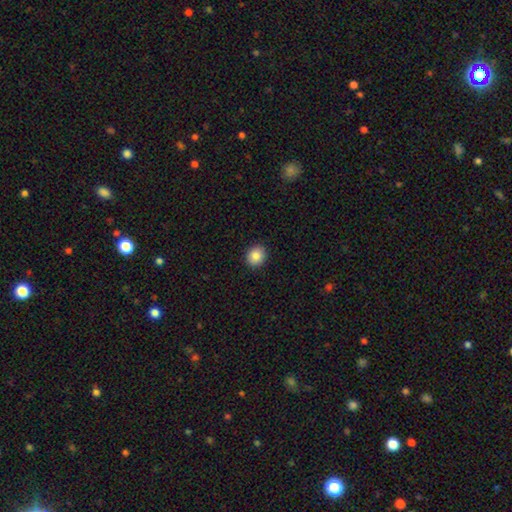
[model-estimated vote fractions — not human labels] A smooth galaxy with no disk features (86%) that is round (74%).

Vote fractions:
- Smooth or featured? smooth: 86% / star or artifact: 9% / featured or disk: 5%
- How rounded? round: 74% / in between: 25% / cigar-shaped: 1%
- Merging? none: 91% / minor disturbance: 6% / major disturbance: 2% / merger: 1%